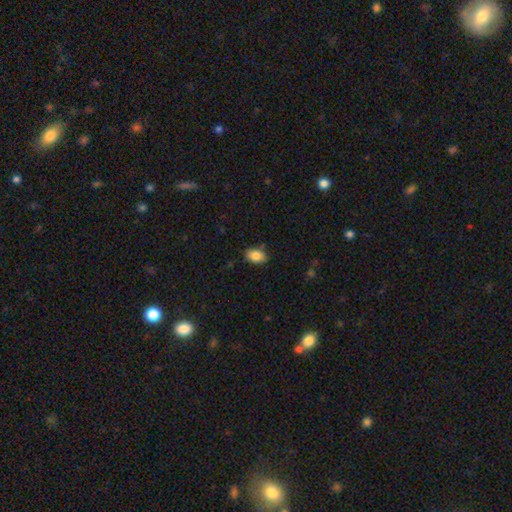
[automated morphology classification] smooth_or_featured: smooth (p=0.87) [alt: star or artifact p=0.08]
how_rounded: in between (p=0.87) [alt: round p=0.11]
merging: none (p=0.83) [alt: minor disturbance p=0.13]